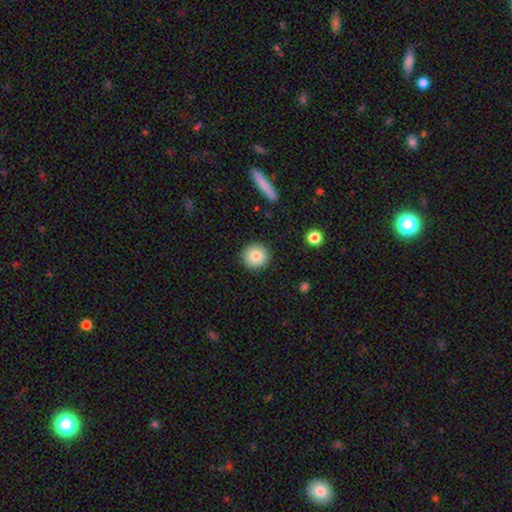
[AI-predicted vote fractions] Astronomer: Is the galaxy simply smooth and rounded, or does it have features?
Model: smooth — 81%.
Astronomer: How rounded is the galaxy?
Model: round — 95%.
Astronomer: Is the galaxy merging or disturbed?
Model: none — 91%.